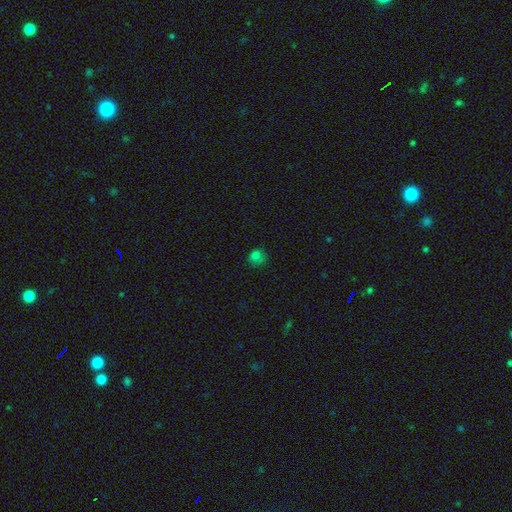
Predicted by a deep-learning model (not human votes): Smooth or featured? Predicted: smooth (p=0.75). How rounded? Predicted: round (p=0.77). Merging? Predicted: none (p=0.67).